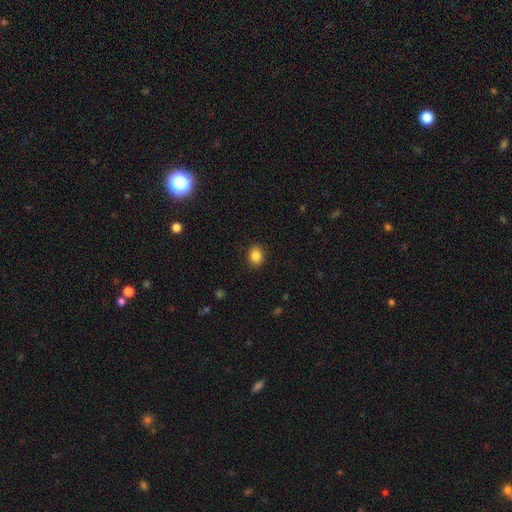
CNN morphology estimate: Smooth or featured? Predicted: smooth (p=0.85). How rounded? Predicted: round (p=0.54). Merging? Predicted: none (p=0.89).